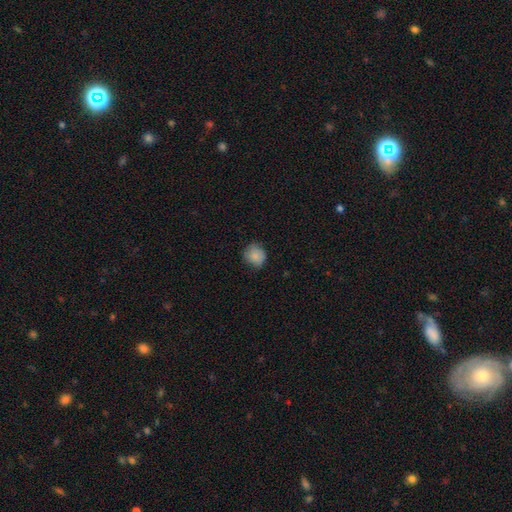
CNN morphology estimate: Smooth or featured? smooth (85%)
How rounded? round (79%)
Merging? none (74%)